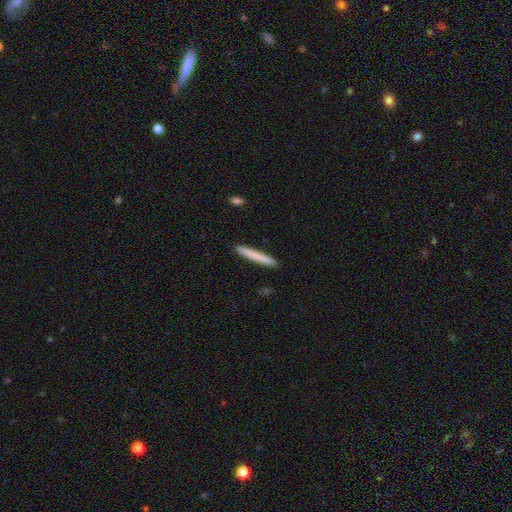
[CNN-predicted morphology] A smooth galaxy with no disk features (77%) that is cigar-shaped (97%).

Vote fractions:
- Smooth or featured? smooth: 77% / featured or disk: 18% / star or artifact: 5%
- How rounded? cigar-shaped: 97% / in between: 2% / round: 1%
- Merging? none: 92% / minor disturbance: 5% / major disturbance: 1% / merger: 1%